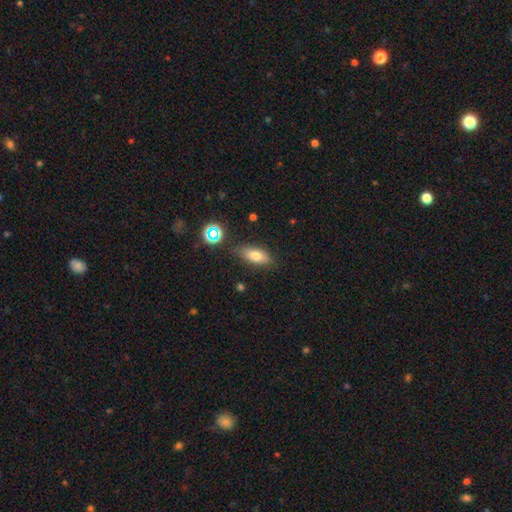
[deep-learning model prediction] This is likely a smooth galaxy (74%). How rounded: likely in between (78%). Merging: likely none (80%).